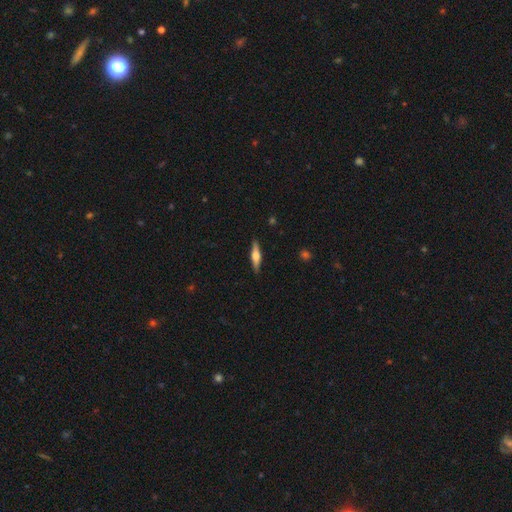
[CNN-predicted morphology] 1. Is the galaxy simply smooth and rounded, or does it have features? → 57% featured or disk, 37% smooth, 6% star or artifact.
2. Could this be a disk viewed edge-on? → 96% yes, 4% no.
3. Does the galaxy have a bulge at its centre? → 82% rounded, 14% boxy, 4% none.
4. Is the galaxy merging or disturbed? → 89% none, 8% minor disturbance, 2% major disturbance, 1% merger.